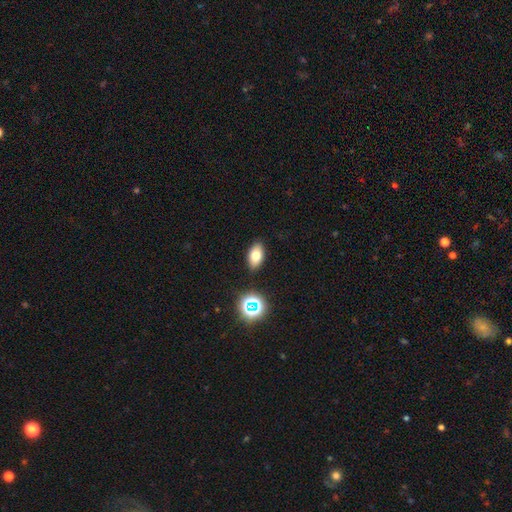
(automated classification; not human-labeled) Q: Smooth or featured?
A: smooth (74%); runner-up: featured or disk (13%)
Q: How rounded?
A: in between (90%); runner-up: round (7%)
Q: Merging?
A: none (87%); runner-up: minor disturbance (8%)